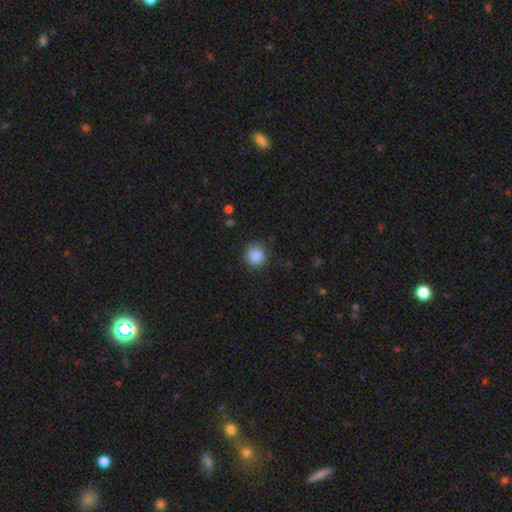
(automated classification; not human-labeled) Smooth or featured?
  - smooth: 87% *
  - star or artifact: 10%
  - featured or disk: 3%
How rounded?
  - round: 92% *
  - in between: 7%
  - cigar-shaped: 1%
Merging?
  - none: 85% *
  - minor disturbance: 10%
  - major disturbance: 3%
  - merger: 1%